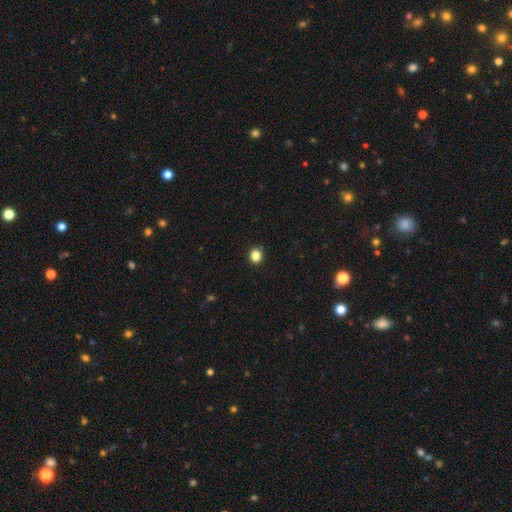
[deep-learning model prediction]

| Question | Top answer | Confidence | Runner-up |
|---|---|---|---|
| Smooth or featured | smooth | 85% | star or artifact (12%) |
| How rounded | round | 82% | in between (17%) |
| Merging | none | 91% | minor disturbance (6%) |